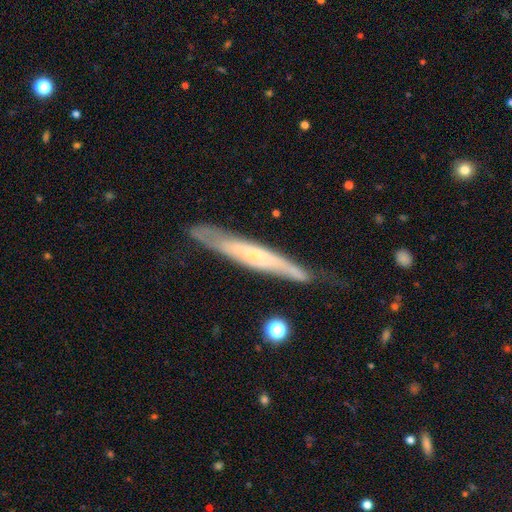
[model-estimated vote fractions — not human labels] The model was most divided on "smooth or featured": featured or disk: 64%, smooth: 30%, star or artifact: 6%. More confident: edge-on disk — yes (76%); merging — none (67%).